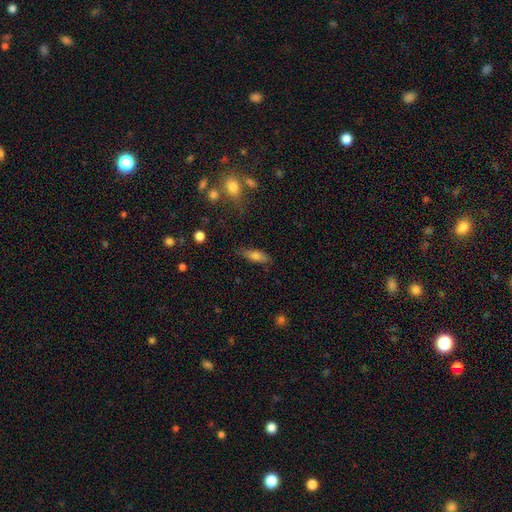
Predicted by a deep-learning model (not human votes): This is likely a smooth galaxy (69%). How rounded: possibly in between (56%). Merging: likely none (78%).